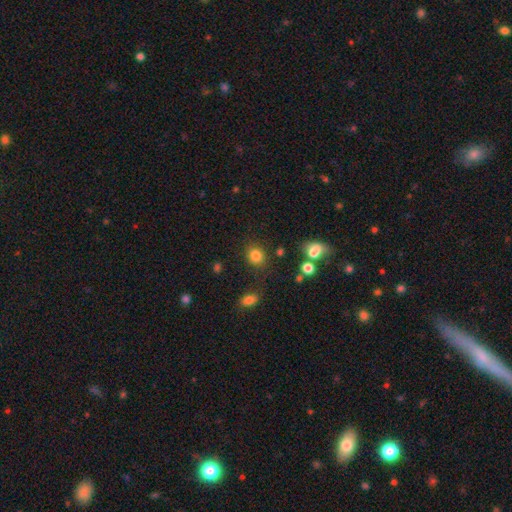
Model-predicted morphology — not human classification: This appears to be a smooth galaxy with no disk features (83%) that is round (73%). Merging: none (81%).